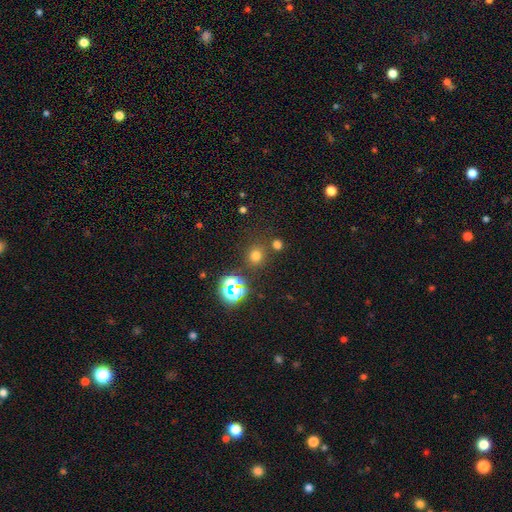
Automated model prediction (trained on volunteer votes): Overall: smooth (67%). How rounded: round (85%). Merging: none (78%).